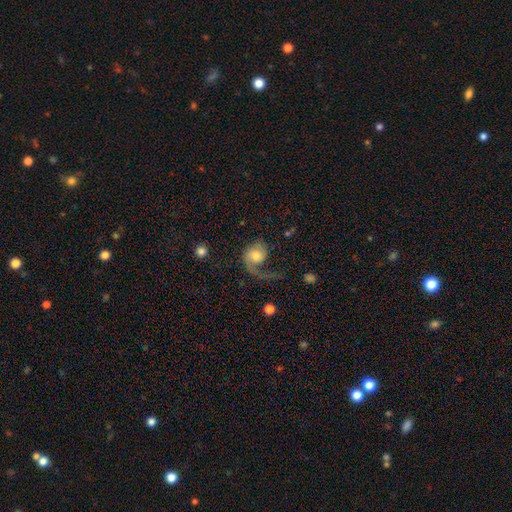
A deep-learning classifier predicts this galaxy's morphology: Smooth or featured?
  - featured or disk: 64% *
  - smooth: 29%
  - star or artifact: 7%
Edge-on disk?
  - no: 98% *
  - yes: 2%
Bar?
  - no: 72% *
  - weak: 24%
  - strong: 4%
Spiral arms?
  - yes: 91% *
  - no: 9%
Spiral winding?
  - loose: 60% *
  - medium: 29%
  - tight: 12%
Spiral arm count?
  - 1: 79% *
  - 2: 15%
  - can't tell: 3%
  - 3: 1%
  - 4: 1%
  - more than 4: 1%
Bulge size?
  - moderate: 55% *
  - small: 23%
  - large: 15%
  - none: 4%
  - dominant: 3%
Merging?
  - major disturbance: 46% *
  - none: 35%
  - minor disturbance: 16%
  - merger: 3%